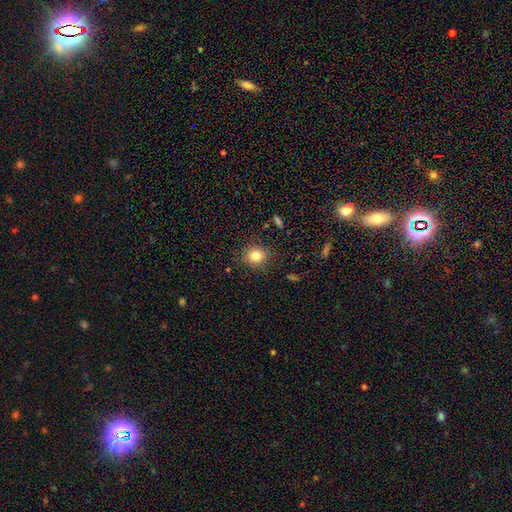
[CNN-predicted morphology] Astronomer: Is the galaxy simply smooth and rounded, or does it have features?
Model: smooth — 81%.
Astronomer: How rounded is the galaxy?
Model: round — 72%.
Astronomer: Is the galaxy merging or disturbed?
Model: none — 85%.